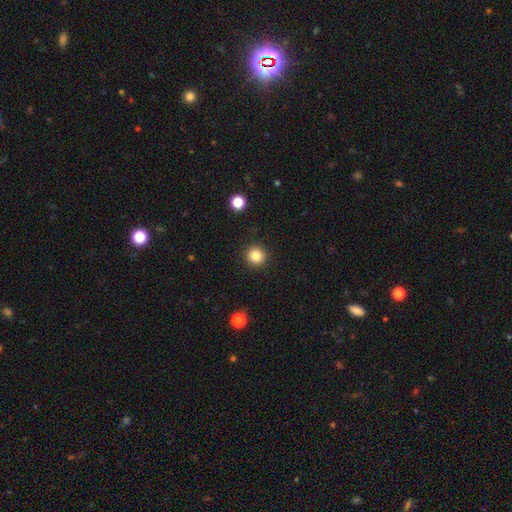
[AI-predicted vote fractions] Q: Smooth or featured?
A: smooth (83%); runner-up: star or artifact (11%)
Q: How rounded?
A: round (95%); runner-up: in between (4%)
Q: Merging?
A: none (92%); runner-up: minor disturbance (5%)